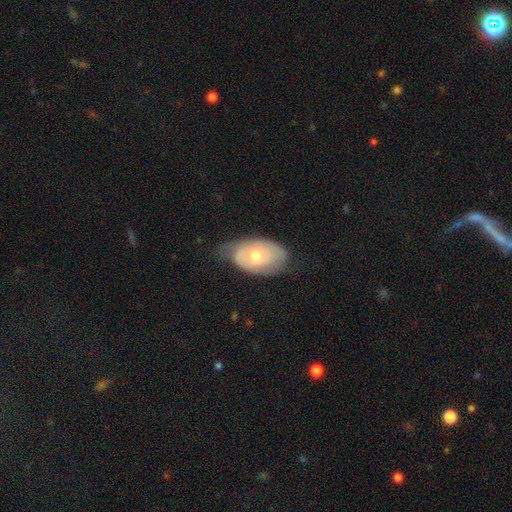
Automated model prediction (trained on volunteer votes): The model was most divided on "spiral arms": yes: 56%, no: 44%. More confident: edge-on disk — no (92%); bar — no (76%); bulge size — moderate (63%); smooth or featured — featured or disk (54%); merging — none (53%).